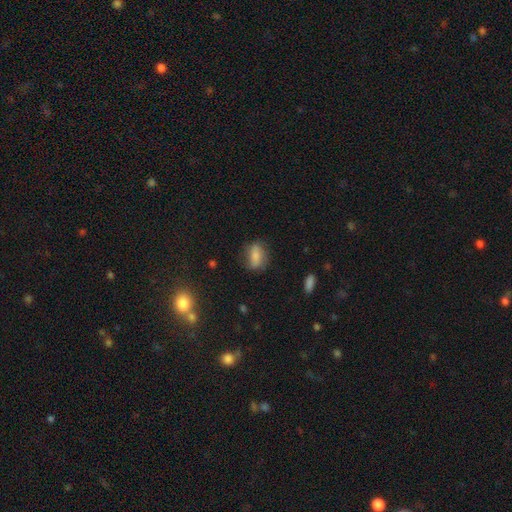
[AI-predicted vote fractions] Smooth or featured? Predicted: smooth (p=0.74). How rounded? Predicted: in between (p=0.76). Merging? Predicted: none (p=0.69).